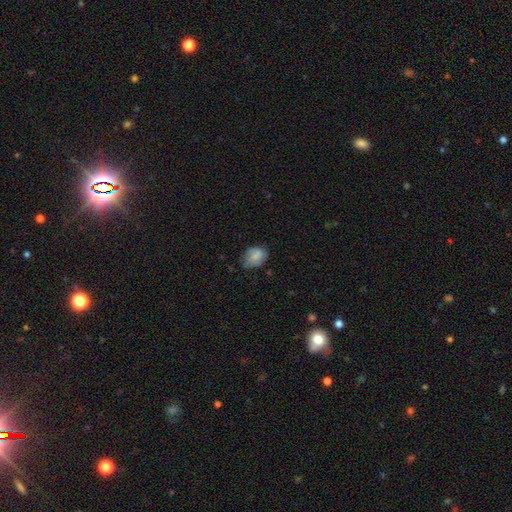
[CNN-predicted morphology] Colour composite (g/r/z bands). It shows a smooth galaxy with no disk features (69%) that is in between round and cigar-shaped (58%). Merging: none (53%).